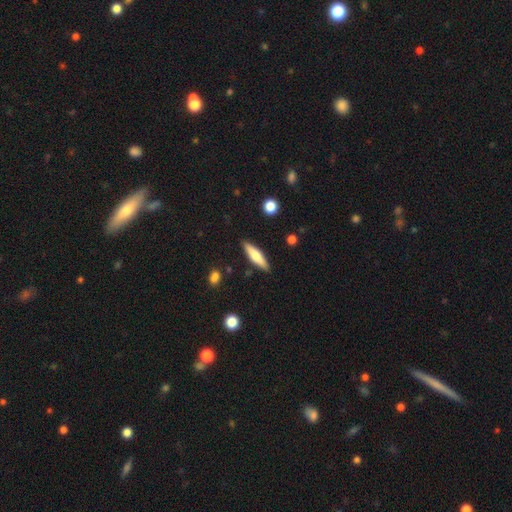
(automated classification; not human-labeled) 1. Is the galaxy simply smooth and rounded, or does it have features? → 59% smooth, 35% featured or disk, 6% star or artifact.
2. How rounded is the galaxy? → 73% cigar-shaped, 26% in between, 2% round.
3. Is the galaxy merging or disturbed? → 87% none, 9% minor disturbance, 2% major disturbance, 2% merger.